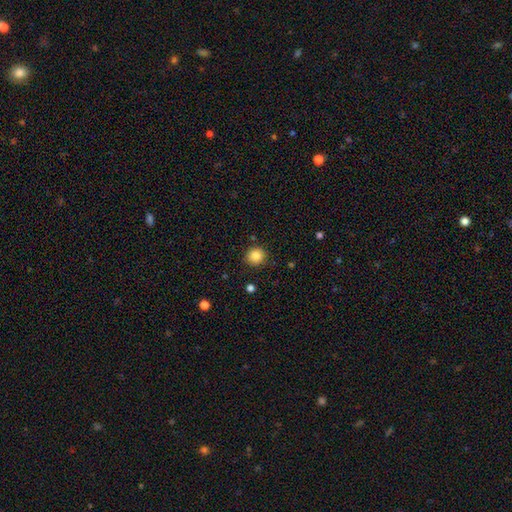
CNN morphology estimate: This is clearly a smooth galaxy (85%). How rounded: clearly round (92%). Merging: clearly none (88%).